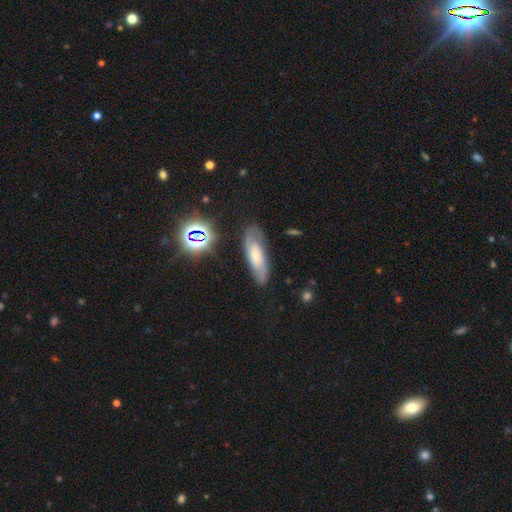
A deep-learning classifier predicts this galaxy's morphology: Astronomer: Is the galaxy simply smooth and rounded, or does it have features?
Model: featured or disk — 47% (runner-up: smooth, 41%).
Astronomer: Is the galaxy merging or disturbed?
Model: none — 75%.